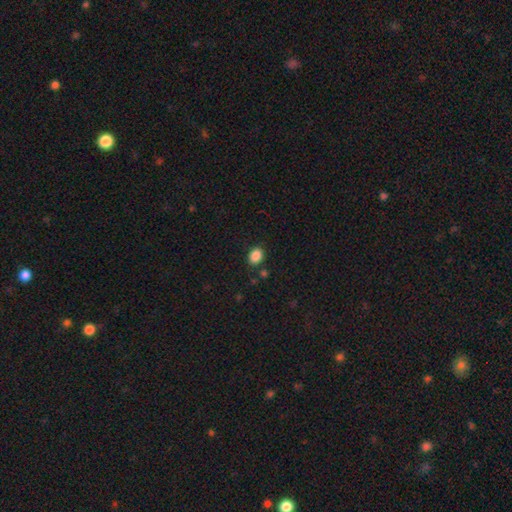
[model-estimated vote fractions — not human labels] Morphology: type=smooth (87%); roundness=in between (65%); merging=none (84%).